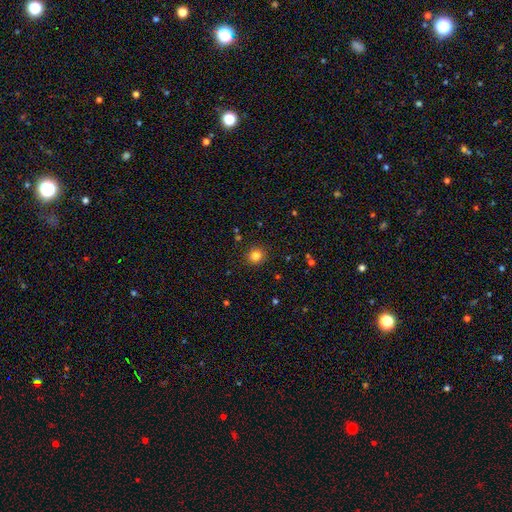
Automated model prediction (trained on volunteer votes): smooth_or_featured: smooth (p=0.82) [alt: star or artifact p=0.13]
how_rounded: round (p=0.87) [alt: in between p=0.12]
merging: none (p=0.91) [alt: minor disturbance p=0.06]